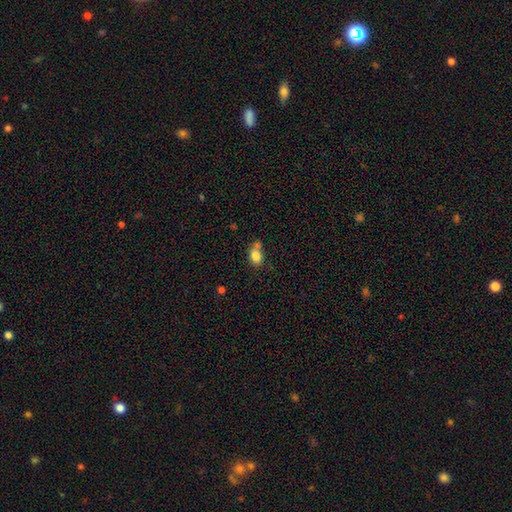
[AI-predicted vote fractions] smooth_or_featured: smooth (p=0.82) [alt: star or artifact p=0.10]
how_rounded: in between (p=0.64) [alt: round p=0.35]
merging: none (p=0.45) [alt: merger p=0.33]